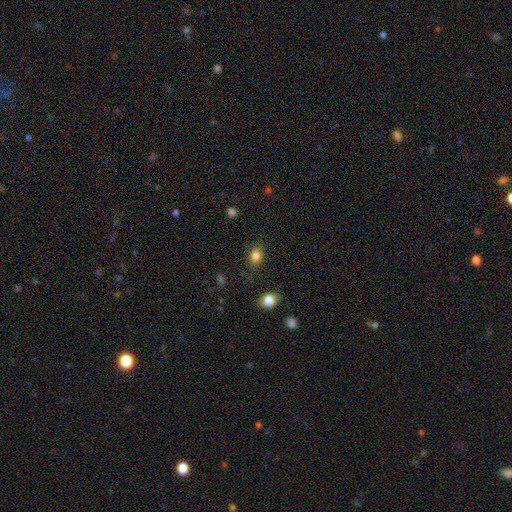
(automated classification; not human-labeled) Smooth or featured? Predicted: smooth (p=0.83). How rounded? Predicted: in between (p=0.77). Merging? Predicted: none (p=0.81).